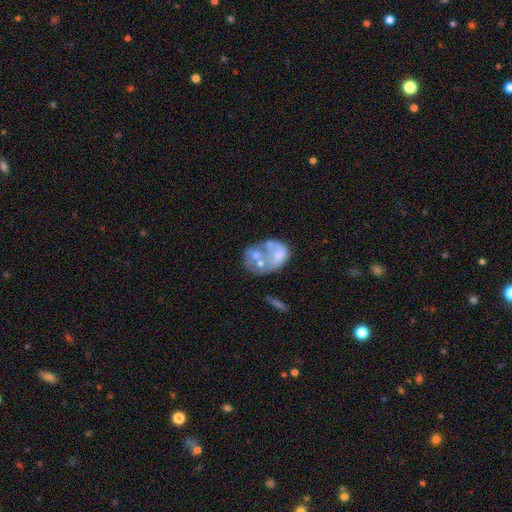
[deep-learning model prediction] Smooth or featured? Predicted: featured or disk (p=0.55). Edge-on disk? Predicted: no (p=0.98). Bar? Predicted: no (p=0.92). Spiral arms? Predicted: no (p=0.92). Bulge size? Predicted: none (p=0.53). Merging? Predicted: merger (p=0.42).